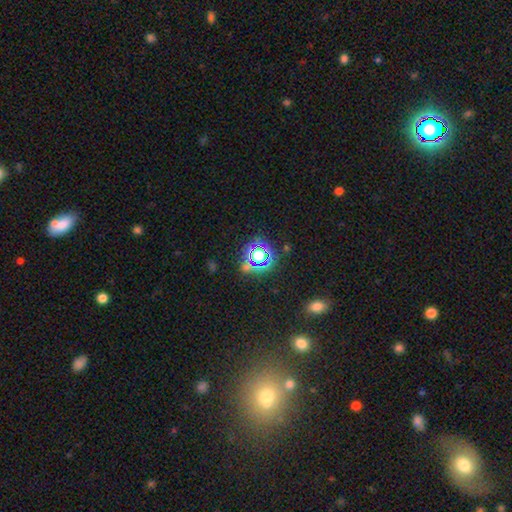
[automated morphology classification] smooth-or-featured: star or artifact: 66% | smooth: 24% | featured or disk: 10%